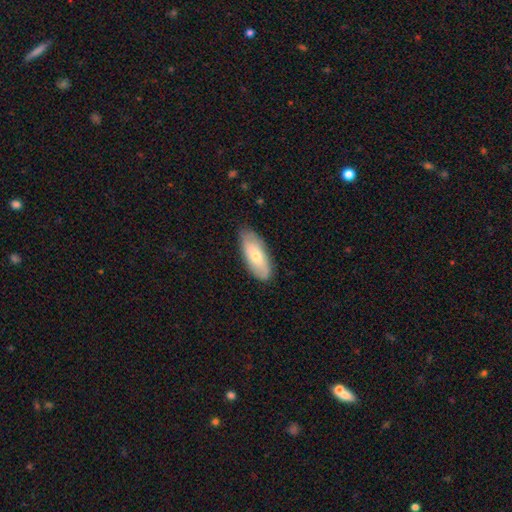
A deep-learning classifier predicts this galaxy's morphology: This appears to be a smooth galaxy with no disk features (64%) that is in between round and cigar-shaped (78%). Merging: none (82%).